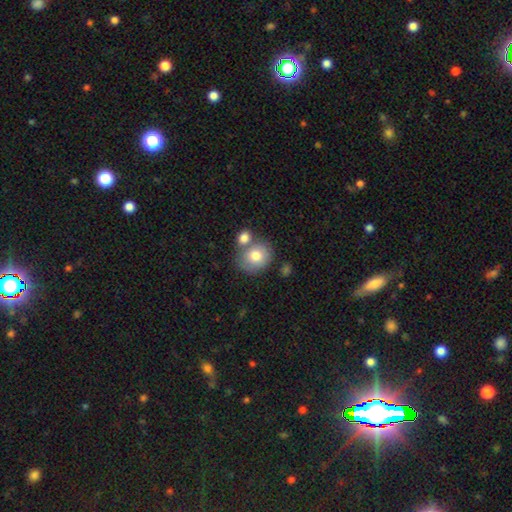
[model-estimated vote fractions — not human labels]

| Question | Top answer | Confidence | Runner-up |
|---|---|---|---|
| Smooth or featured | smooth | 77% | featured or disk (16%) |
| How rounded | round | 66% | in between (33%) |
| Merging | none | 49% | merger (34%) |